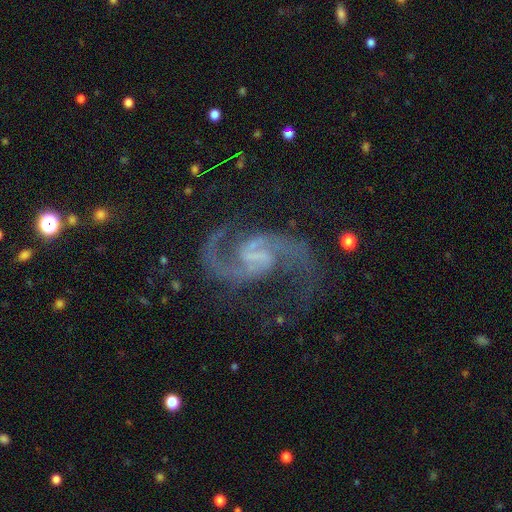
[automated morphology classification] Overall: featured or disk (93%). Edge-on disk: no (98%). Bar: weak (52%; no 26%). Spiral arms: yes (98%). Spiral arm count: 2 (94%). Spiral winding: medium (58%; loose 31%). Bulge size: none (55%; small 31%). Merging: none (72%).